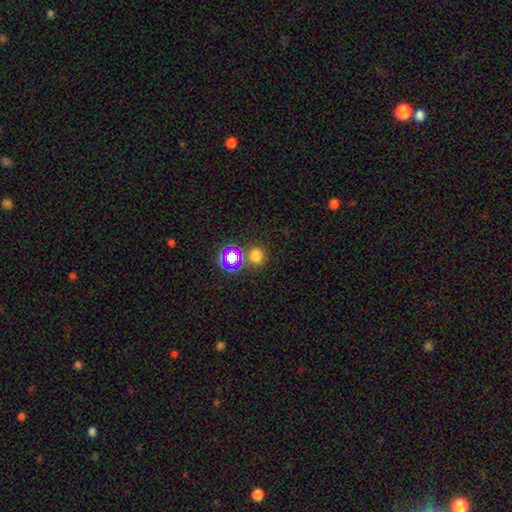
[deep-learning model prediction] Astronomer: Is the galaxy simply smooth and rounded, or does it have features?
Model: smooth — 67%.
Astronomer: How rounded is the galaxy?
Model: round — 86%.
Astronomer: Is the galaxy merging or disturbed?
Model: none — 72%.